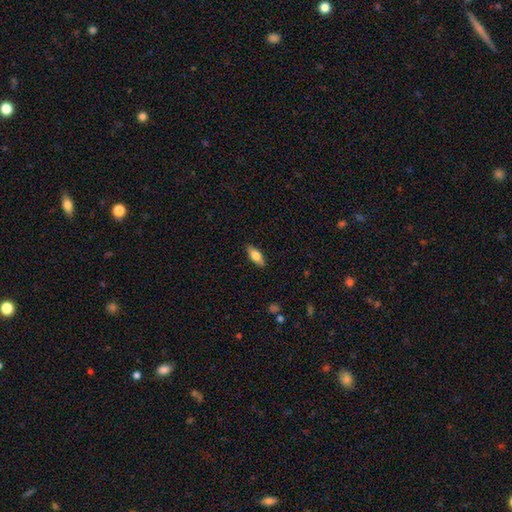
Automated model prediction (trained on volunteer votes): smooth 69%, featured or disk 25%, star or artifact 6%. Down the decision tree: how rounded — in between (75%); merging — none (88%).